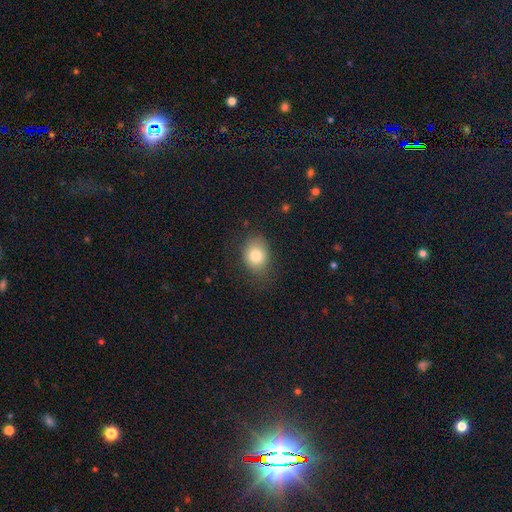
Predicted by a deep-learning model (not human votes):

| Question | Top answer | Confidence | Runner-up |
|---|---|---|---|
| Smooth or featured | smooth | 80% | featured or disk (10%) |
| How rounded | in between | 60% | round (39%) |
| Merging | none | 74% | minor disturbance (19%) |